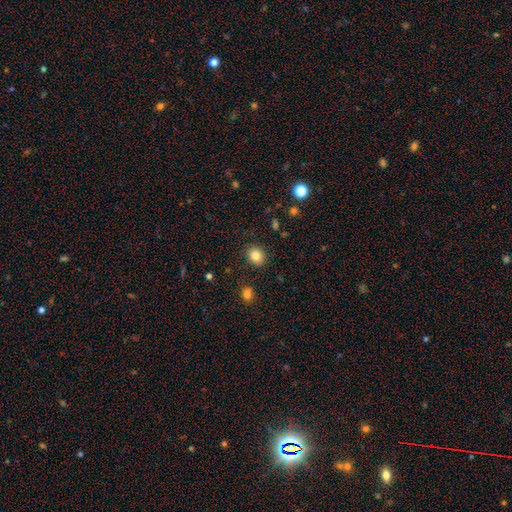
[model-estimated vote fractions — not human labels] Smooth or featured: smooth — 84% (star or artifact — 10%)
How rounded: round — 57% (in between — 42%)
Merging: none — 87% (minor disturbance — 9%)